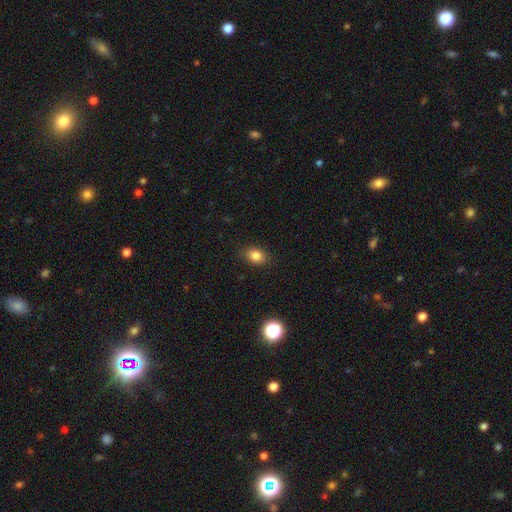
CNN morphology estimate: Q: Smooth or featured?
A: smooth (84%); runner-up: star or artifact (11%)
Q: How rounded?
A: in between (64%); runner-up: round (35%)
Q: Merging?
A: none (86%); runner-up: minor disturbance (10%)